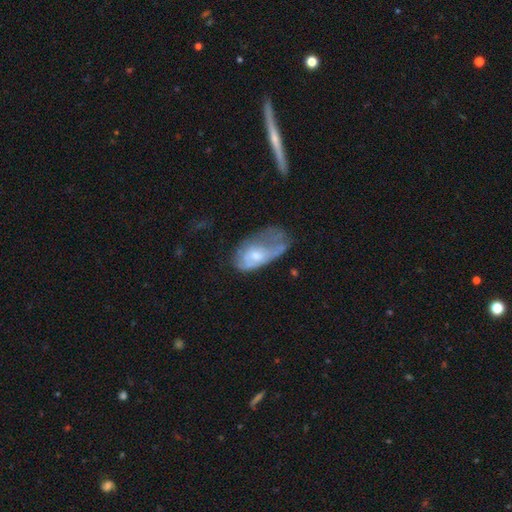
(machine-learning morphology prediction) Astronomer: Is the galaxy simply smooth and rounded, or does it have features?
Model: featured or disk — 48% (runner-up: smooth, 44%).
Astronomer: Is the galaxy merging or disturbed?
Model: major disturbance — 45% (runner-up: minor disturbance, 28%).